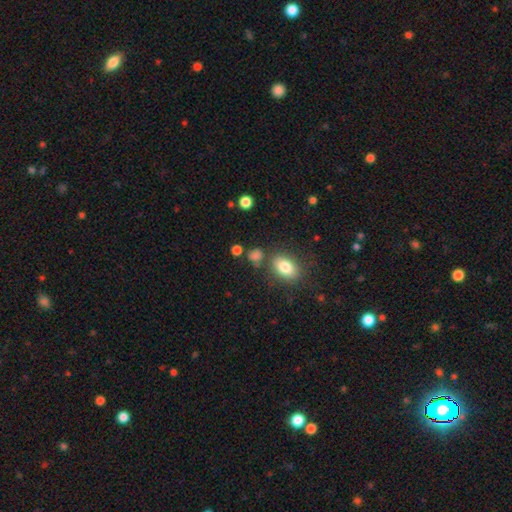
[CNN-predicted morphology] A smooth galaxy with no disk features (79%) that is round (50%).

Vote fractions:
- Smooth or featured? smooth: 79% / star or artifact: 15% / featured or disk: 7%
- How rounded? round: 50% / in between: 47% / cigar-shaped: 3%
- Merging? none: 66% / minor disturbance: 15% / merger: 13% / major disturbance: 6%